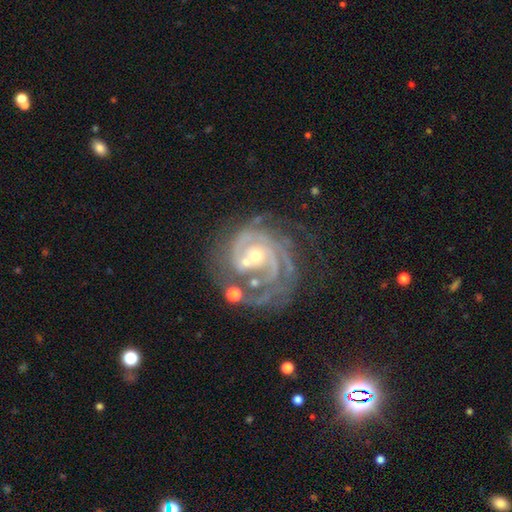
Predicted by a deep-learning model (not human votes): The model was most divided on "spiral arm count": 2: 29%, 3: 25%, can't tell: 23%, 4: 10%, 1: 6%, more than 4: 6%. Remaining: edge-on disk — no (98%); spiral arms — yes (97%); smooth or featured — featured or disk (87%); spiral winding — tight (65%); merging — none (59%); bulge size — small (58%); bar — no (47%).